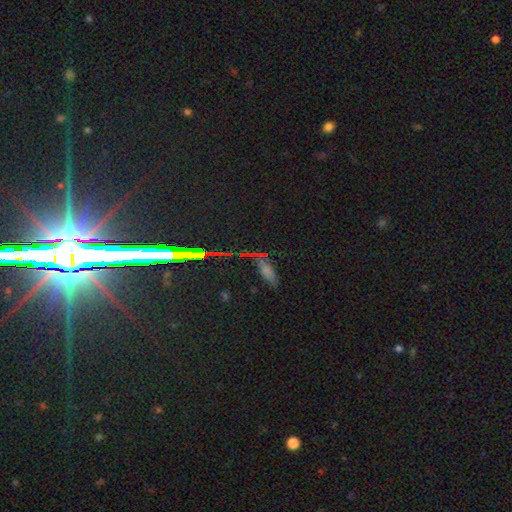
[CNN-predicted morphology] Smooth or featured? star or artifact (54%)